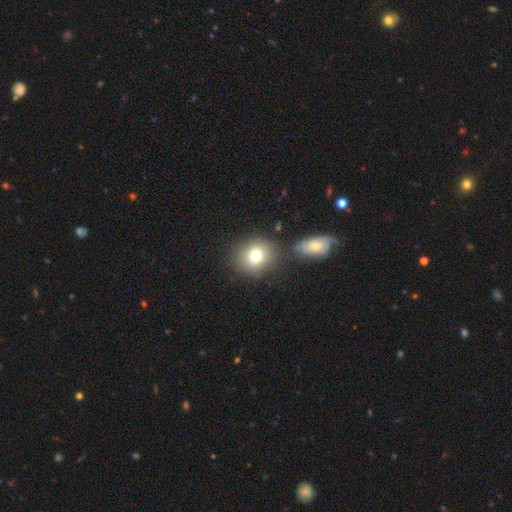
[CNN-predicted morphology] smooth-or-featured: smooth: 76% | featured or disk: 13% | star or artifact: 11%
  how-rounded: round: 76% | in between: 23% | cigar-shaped: 1%
  merging: none: 73% | merger: 12% | minor disturbance: 11% | major disturbance: 4%